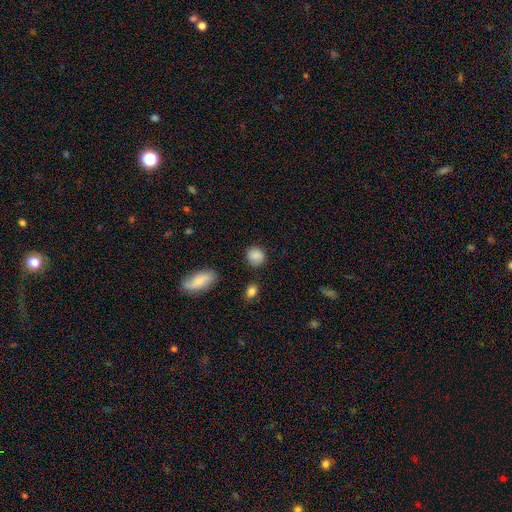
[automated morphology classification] The model was most divided on "how rounded": round: 75%, in between: 23%, cigar-shaped: 1%. More confident: smooth or featured — smooth (87%); merging — none (82%).